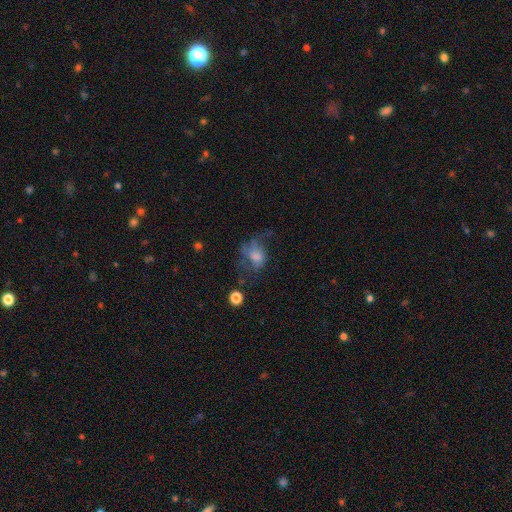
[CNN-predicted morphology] smooth-or-featured: smooth: 56% | featured or disk: 31% | star or artifact: 13%
  how-rounded: in between: 62% | round: 36% | cigar-shaped: 1%
  merging: major disturbance: 44% | none: 29% | minor disturbance: 23% | merger: 4%